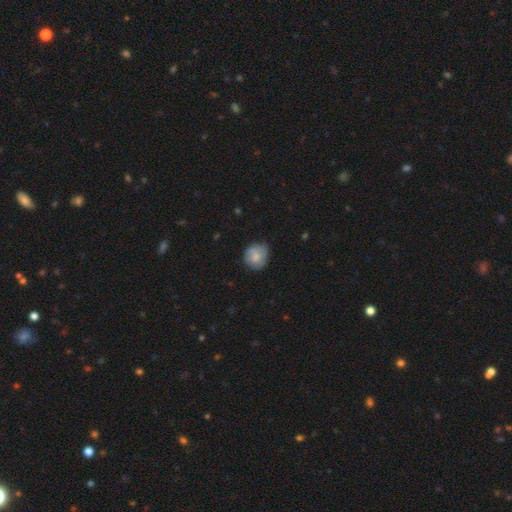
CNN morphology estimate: Smooth or featured?
  - smooth: 71% *
  - featured or disk: 22%
  - star or artifact: 7%
How rounded?
  - round: 77% *
  - in between: 22%
  - cigar-shaped: 1%
Merging?
  - none: 62% *
  - minor disturbance: 29%
  - major disturbance: 7%
  - merger: 2%